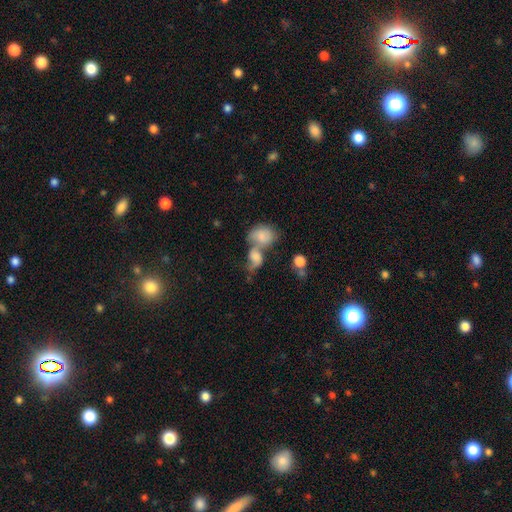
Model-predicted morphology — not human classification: Smooth or featured?
  - smooth: 52% *
  - featured or disk: 31%
  - star or artifact: 18%
How rounded?
  - in between: 61% *
  - round: 35%
  - cigar-shaped: 4%
Merging?
  - merger: 57% *
  - none: 25%
  - minor disturbance: 10%
  - major disturbance: 8%